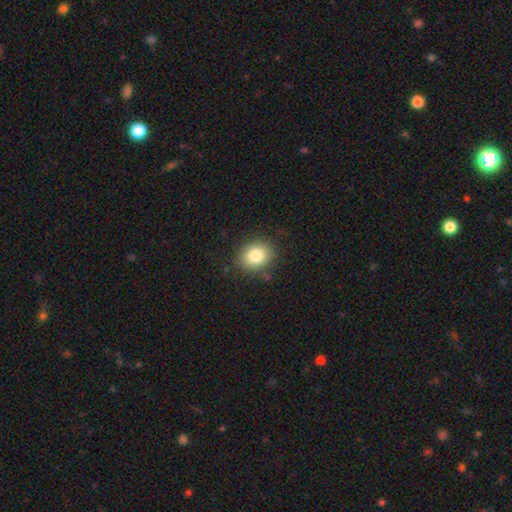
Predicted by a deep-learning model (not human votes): smooth-or-featured: smooth: 82% | star or artifact: 10% | featured or disk: 8%
  how-rounded: round: 57% | in between: 42% | cigar-shaped: 1%
  merging: none: 85% | minor disturbance: 11% | major disturbance: 3% | merger: 2%